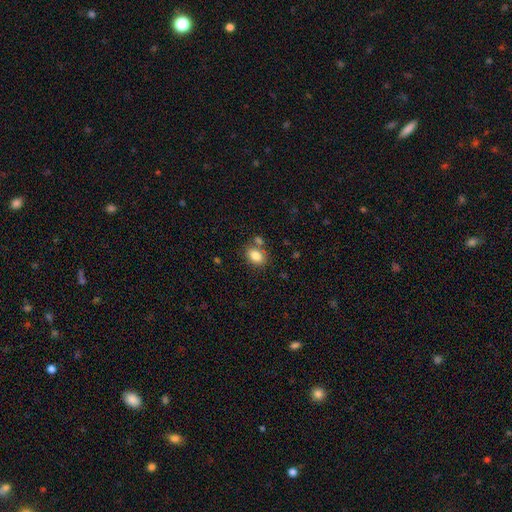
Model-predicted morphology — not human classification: type=smooth (84%); roundness=in between (78%); merging=none (67%).